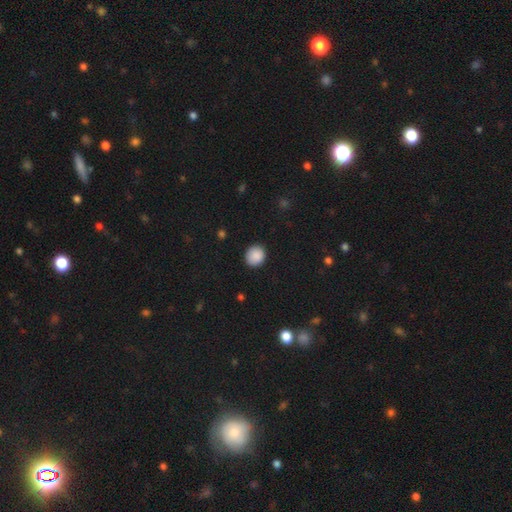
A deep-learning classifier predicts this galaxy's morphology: smooth_or_featured: smooth (p=0.89) [alt: star or artifact p=0.08]
how_rounded: round (p=0.78) [alt: in between p=0.21]
merging: none (p=0.88) [alt: minor disturbance p=0.08]